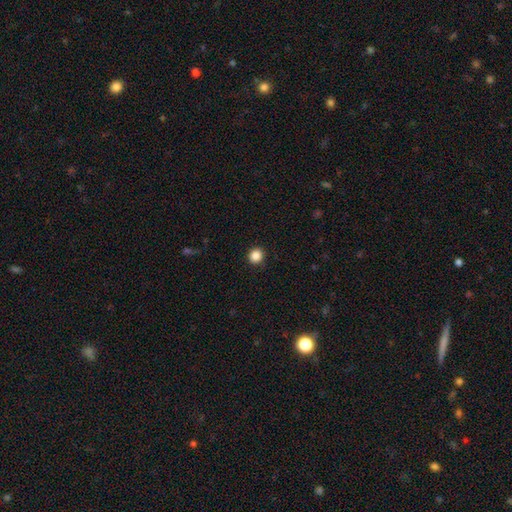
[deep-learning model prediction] Morphology: type=smooth (87%); roundness=round (91%); merging=none (92%).